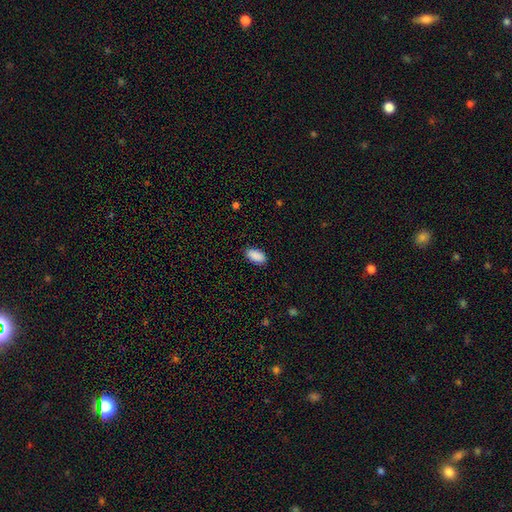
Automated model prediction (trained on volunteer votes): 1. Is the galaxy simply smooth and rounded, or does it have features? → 90% smooth, 7% star or artifact, 3% featured or disk.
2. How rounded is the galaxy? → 94% in between, 3% cigar-shaped, 3% round.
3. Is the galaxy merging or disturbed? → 87% none, 9% minor disturbance, 2% major disturbance, 1% merger.